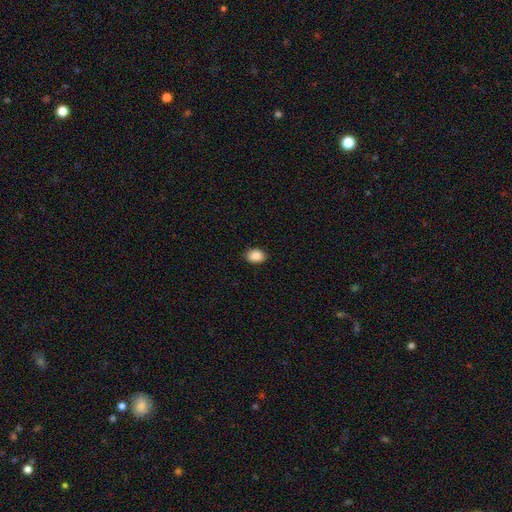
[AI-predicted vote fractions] Smooth or featured?
  - smooth: 89% *
  - star or artifact: 8%
  - featured or disk: 3%
How rounded?
  - in between: 71% *
  - round: 28%
  - cigar-shaped: 1%
Merging?
  - none: 87% *
  - minor disturbance: 10%
  - major disturbance: 2%
  - merger: 1%